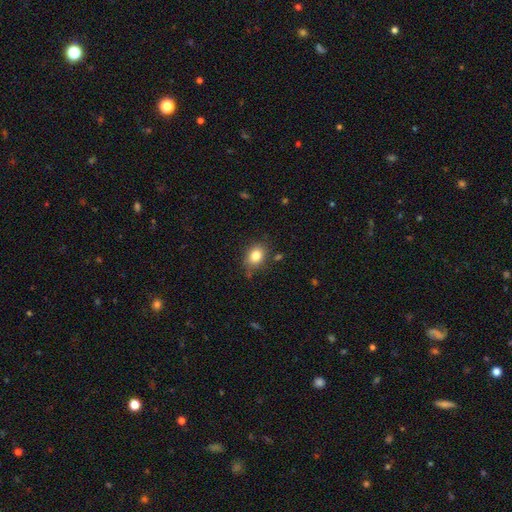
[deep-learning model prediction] Smooth or featured? smooth (82%)
How rounded? in between (51%)
Merging? none (78%)